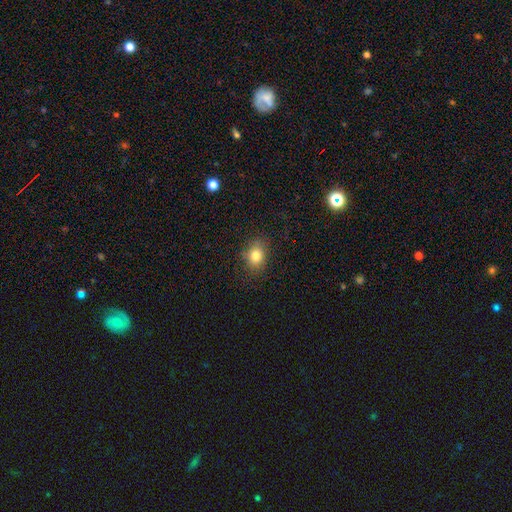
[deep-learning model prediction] Smooth or featured: smooth — 81% (star or artifact — 11%)
How rounded: round — 53% (in between — 46%)
Merging: none — 81% (minor disturbance — 14%)